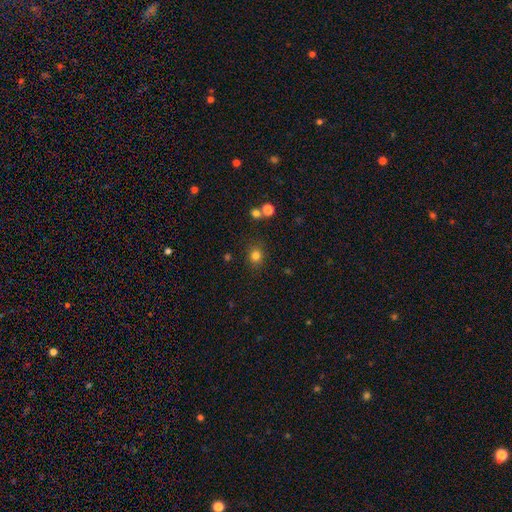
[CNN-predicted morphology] Overall: smooth (81%). How rounded: round (80%). Merging: none (85%).